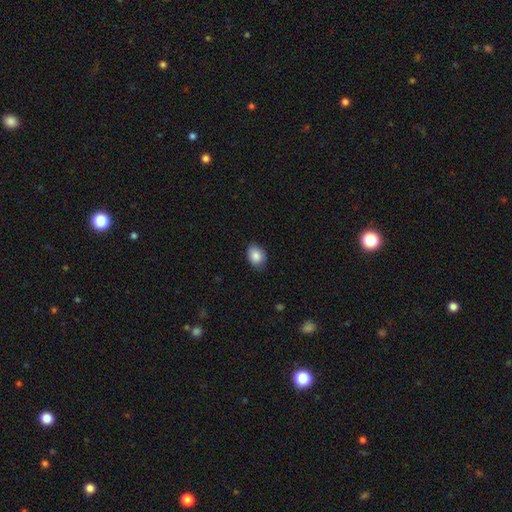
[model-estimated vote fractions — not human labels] smooth_or_featured: smooth (p=0.87) [alt: star or artifact p=0.08]
how_rounded: in between (p=0.69) [alt: round p=0.30]
merging: none (p=0.80) [alt: minor disturbance p=0.17]